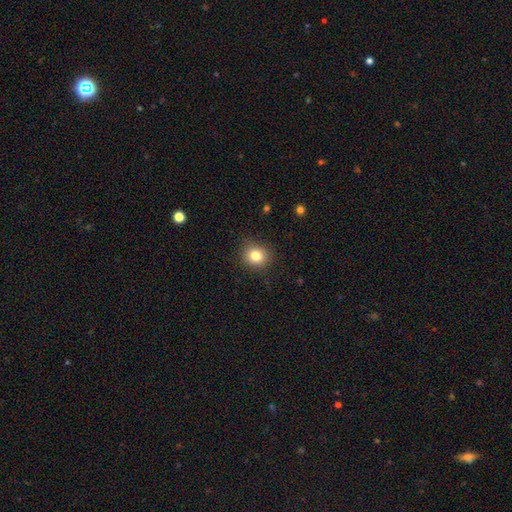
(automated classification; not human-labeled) smooth-or-featured: smooth: 81% | star or artifact: 12% | featured or disk: 7%
  how-rounded: round: 84% | in between: 15% | cigar-shaped: 1%
  merging: none: 89% | minor disturbance: 8% | major disturbance: 2% | merger: 1%